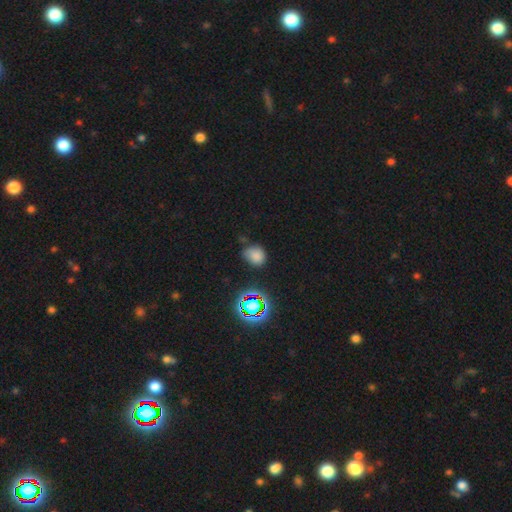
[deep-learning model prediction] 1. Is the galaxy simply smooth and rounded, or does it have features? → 73% smooth, 19% star or artifact, 8% featured or disk.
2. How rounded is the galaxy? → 54% round, 45% in between, 1% cigar-shaped.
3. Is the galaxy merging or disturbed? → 56% none, 31% minor disturbance, 8% major disturbance, 5% merger.